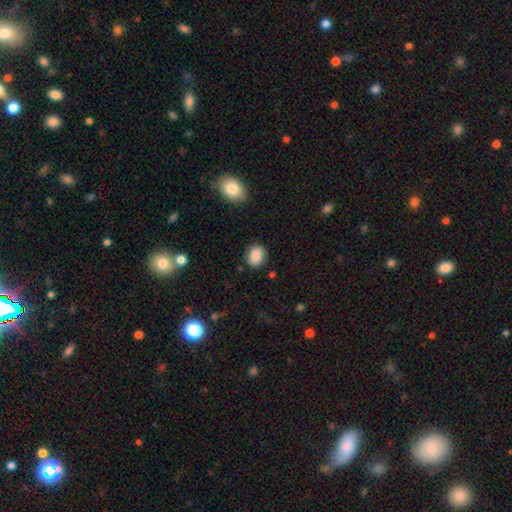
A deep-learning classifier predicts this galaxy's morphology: smooth-or-featured: smooth: 87% | star or artifact: 8% | featured or disk: 5%
  how-rounded: round: 50% | in between: 49% | cigar-shaped: 1%
  merging: none: 83% | minor disturbance: 13% | major disturbance: 3% | merger: 2%